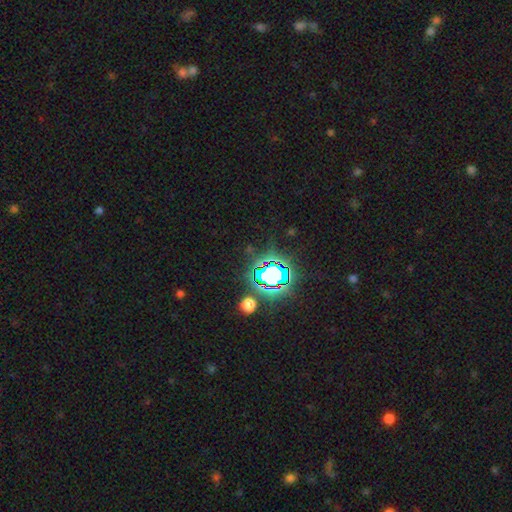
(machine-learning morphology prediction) The model was most divided on "smooth or featured": star or artifact: 80%, smooth: 13%, featured or disk: 7%.